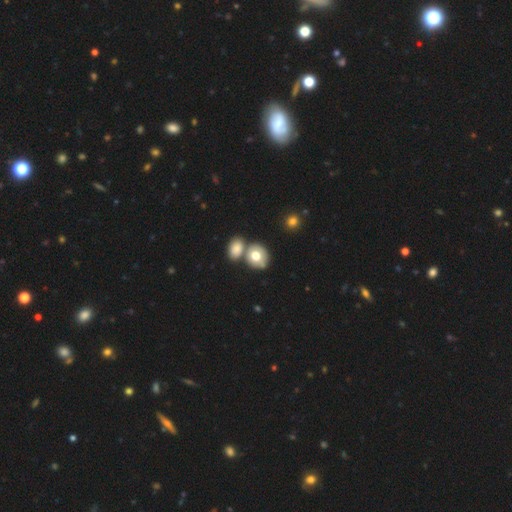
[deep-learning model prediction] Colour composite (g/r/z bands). It shows a smooth galaxy with no disk features (69%) that is round (56%). Merging: none (48%).